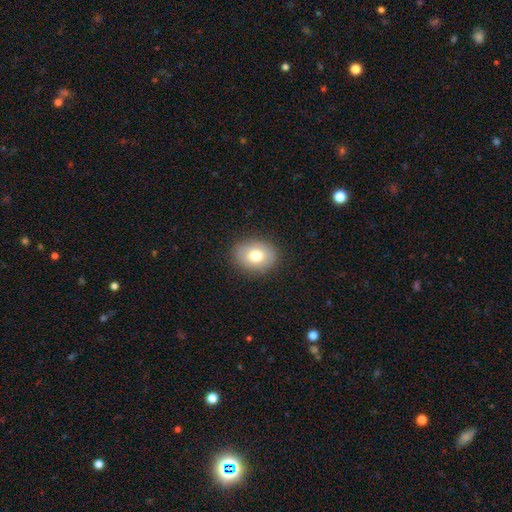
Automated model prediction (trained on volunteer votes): Smooth or featured? Predicted: smooth (p=0.77). How rounded? Predicted: in between (p=0.56). Merging? Predicted: none (p=0.86).